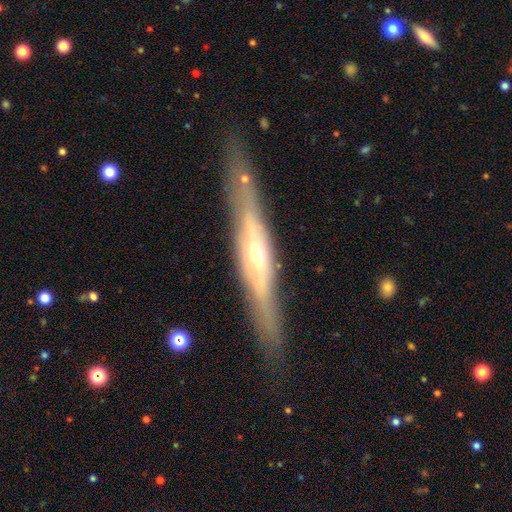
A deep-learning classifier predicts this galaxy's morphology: smooth-or-featured: featured or disk: 76% | smooth: 19% | star or artifact: 6%
  disk-edge-on: yes: 90% | no: 10%
    edge-on-bulge: rounded: 82% | none: 9% | boxy: 9%
  merging: none: 83% | minor disturbance: 12% | major disturbance: 4% | merger: 2%